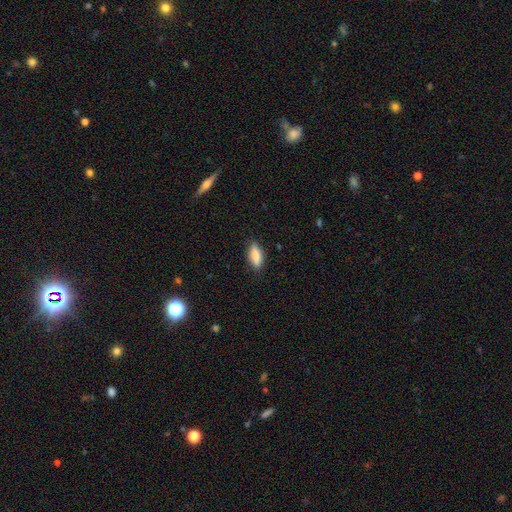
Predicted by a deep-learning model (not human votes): Smooth or featured?
  - smooth: 84% *
  - featured or disk: 9%
  - star or artifact: 6%
How rounded?
  - in between: 70% *
  - cigar-shaped: 28%
  - round: 2%
Merging?
  - none: 85% *
  - minor disturbance: 11%
  - major disturbance: 2%
  - merger: 1%